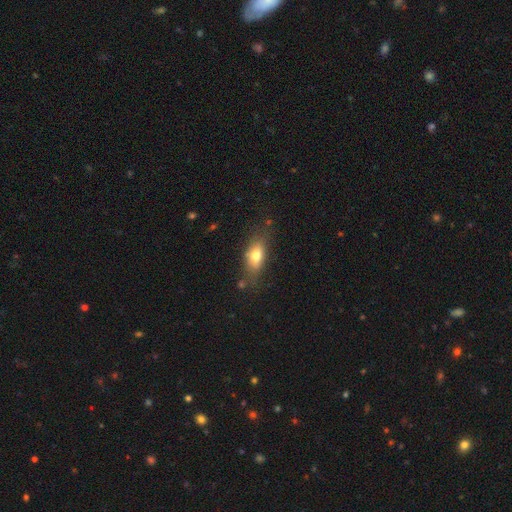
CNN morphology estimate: A smooth galaxy with no disk features (71%) that is in between round and cigar-shaped (80%). Merging: none (70%).